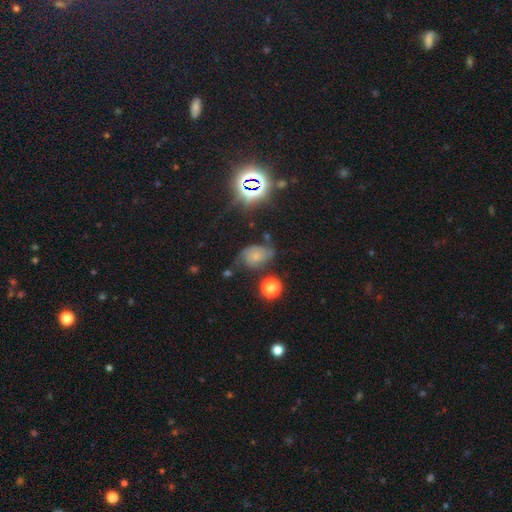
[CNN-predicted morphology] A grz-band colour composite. It shows a featured or disk galaxy (45%). Merging: none (48%).